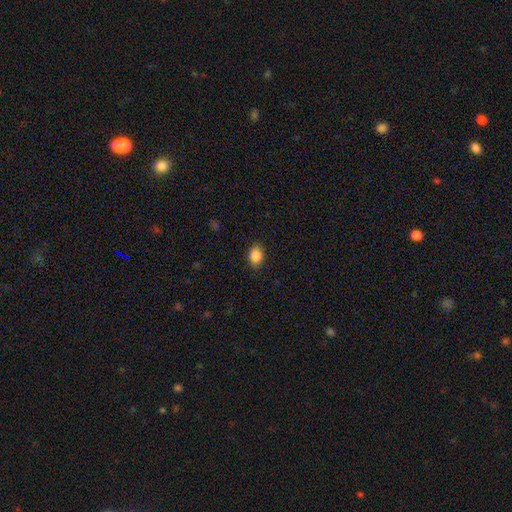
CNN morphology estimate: This is clearly a smooth galaxy (87%). How rounded: likely in between (65%). Merging: clearly none (86%).